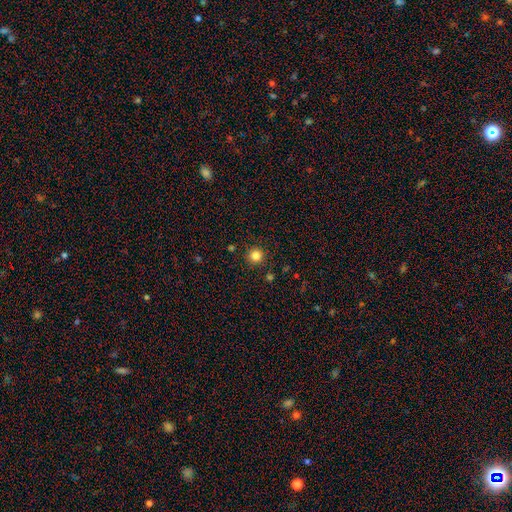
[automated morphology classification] Overall: smooth (83%). How rounded: round (95%). Merging: none (90%).